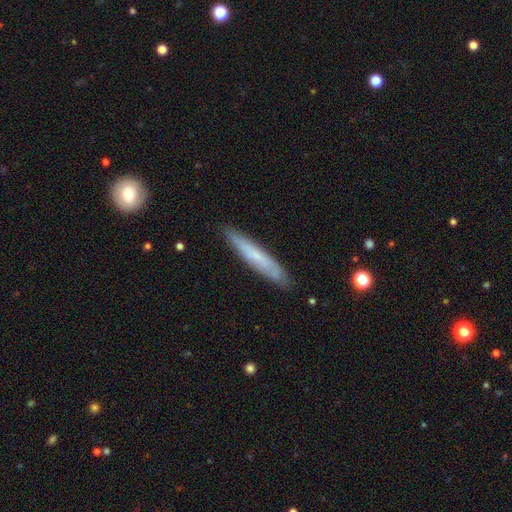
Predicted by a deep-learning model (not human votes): Morphology: type=smooth (55%); roundness=cigar-shaped (92%); merging=none (86%).